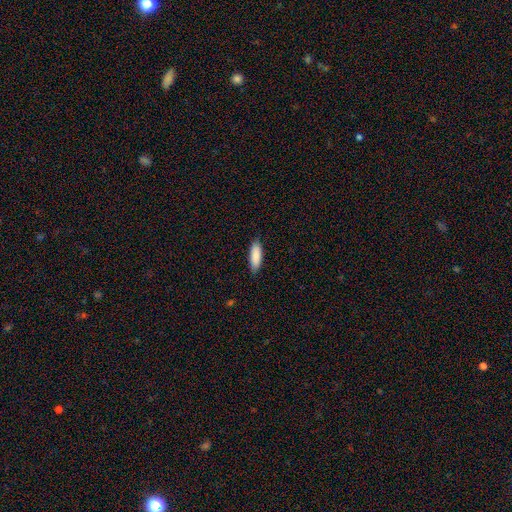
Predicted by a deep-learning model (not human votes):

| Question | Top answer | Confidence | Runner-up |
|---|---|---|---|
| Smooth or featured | smooth | 88% | featured or disk (7%) |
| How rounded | in between | 57% | cigar-shaped (41%) |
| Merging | none | 87% | minor disturbance (10%) |